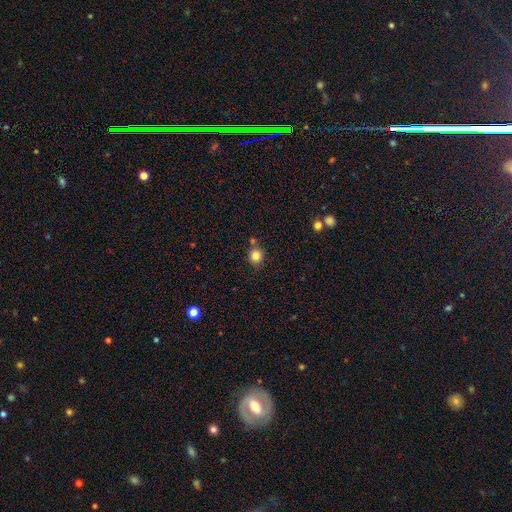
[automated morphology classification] A smooth galaxy with no disk features (82%) that is round (87%).

Vote fractions:
- Smooth or featured? smooth: 82% / star or artifact: 12% / featured or disk: 6%
- How rounded? round: 87% / in between: 12% / cigar-shaped: 1%
- Merging? none: 76% / minor disturbance: 11% / merger: 10% / major disturbance: 3%